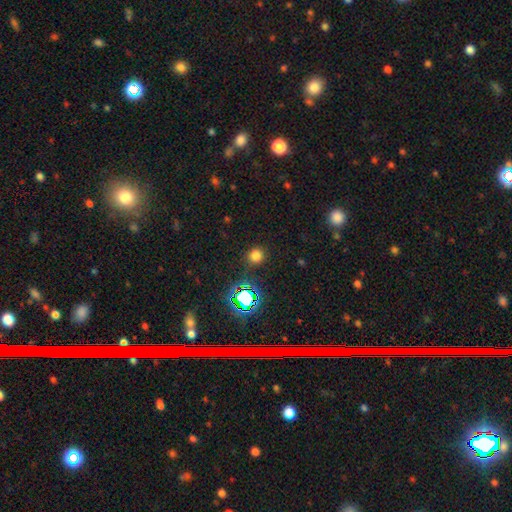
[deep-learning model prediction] A smooth galaxy with no disk features (72%) that is round (92%). Merging: none (88%).